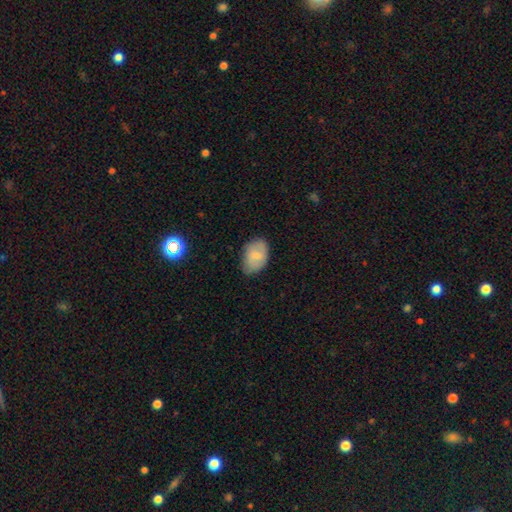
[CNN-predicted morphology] Overall: smooth (72%). How rounded: in between (87%). Merging: none (72%).